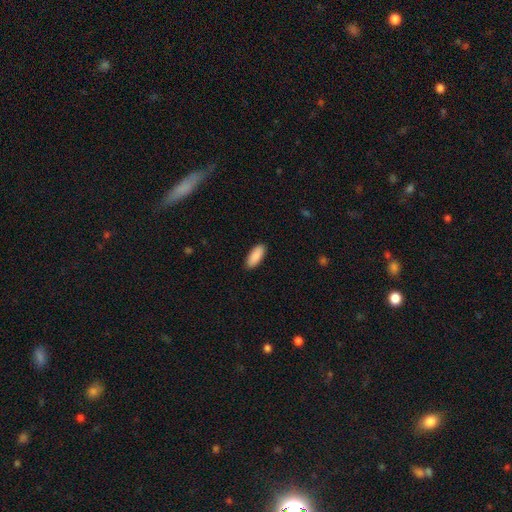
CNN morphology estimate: Smooth or featured? Predicted: smooth (p=0.90). How rounded? Predicted: in between (p=0.78). Merging? Predicted: none (p=0.89).